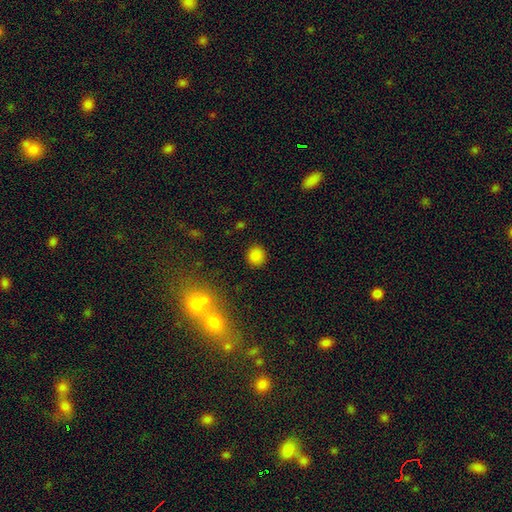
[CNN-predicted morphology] Smooth or featured? smooth (84%)
How rounded? round (88%)
Merging? none (90%)